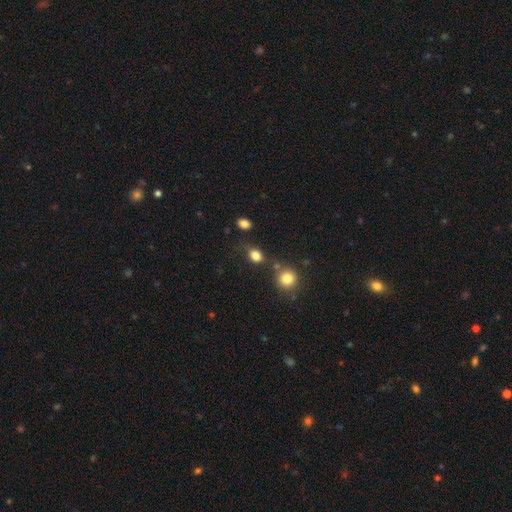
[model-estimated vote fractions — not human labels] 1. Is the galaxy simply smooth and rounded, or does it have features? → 82% smooth, 11% star or artifact, 7% featured or disk.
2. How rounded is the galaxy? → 68% in between, 30% round, 2% cigar-shaped.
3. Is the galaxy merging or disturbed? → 62% none, 20% minor disturbance, 10% merger, 8% major disturbance.